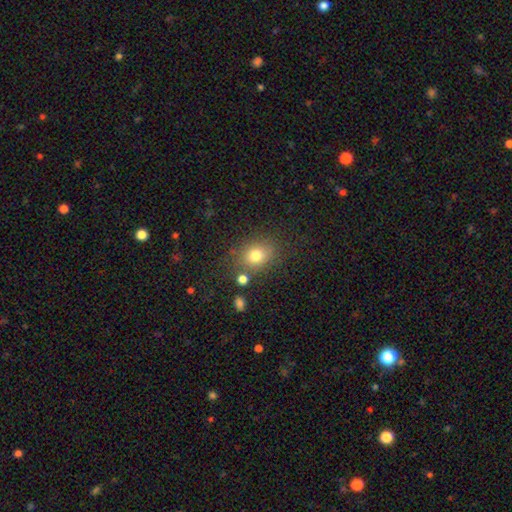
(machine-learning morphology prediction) Overall: smooth (77%). How rounded: round (59%; in between 40%). Merging: none (74%).